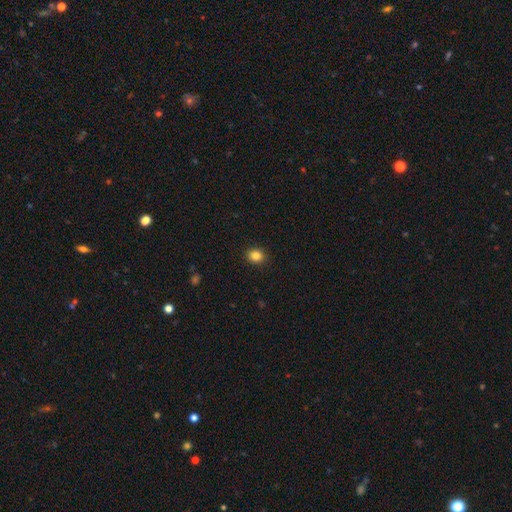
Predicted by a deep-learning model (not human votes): A smooth galaxy with no disk features (85%) that is round (69%).

Vote fractions:
- Smooth or featured? smooth: 85% / star or artifact: 11% / featured or disk: 4%
- How rounded? round: 69% / in between: 30% / cigar-shaped: 1%
- Merging? none: 91% / minor disturbance: 6% / major disturbance: 2% / merger: 1%